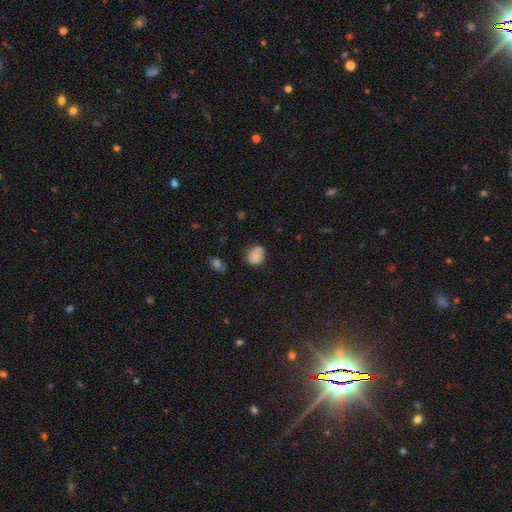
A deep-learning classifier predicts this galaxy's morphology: This is likely a smooth galaxy (78%). How rounded: possibly round (55%). Merging: possibly none (59%).